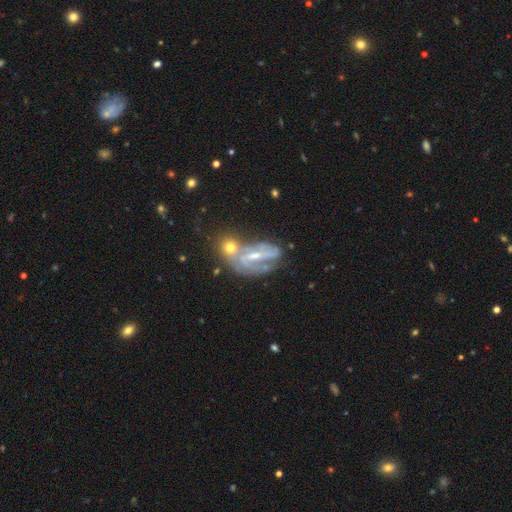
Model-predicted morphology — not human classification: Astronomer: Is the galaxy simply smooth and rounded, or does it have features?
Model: featured or disk — 75%.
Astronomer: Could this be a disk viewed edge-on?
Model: no — 91%.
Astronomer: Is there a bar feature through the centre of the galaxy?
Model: strong — 40% (runner-up: weak, 38%).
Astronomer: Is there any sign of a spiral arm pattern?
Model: yes — 79%.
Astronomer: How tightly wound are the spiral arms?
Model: medium — 41% (runner-up: tight, 37%).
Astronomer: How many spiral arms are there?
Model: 2 — 55%.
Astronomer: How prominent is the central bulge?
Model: small — 55% (runner-up: moderate, 36%).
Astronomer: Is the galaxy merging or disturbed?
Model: none — 37% (runner-up: merger, 33%).